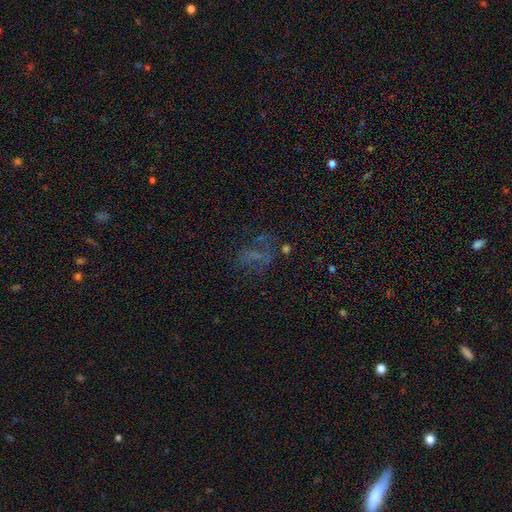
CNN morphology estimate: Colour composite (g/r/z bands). It shows a featured or disk galaxy (38%). Merging: none (48%).